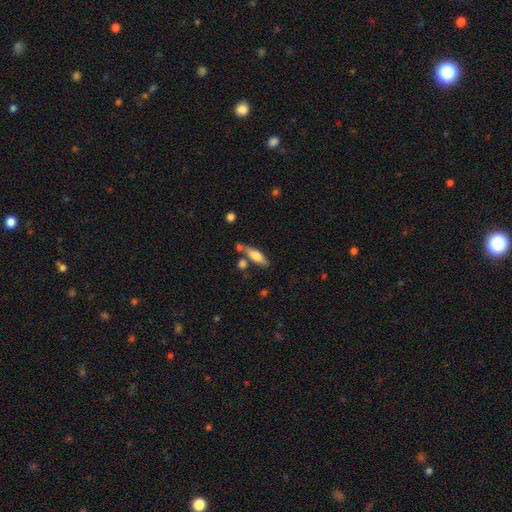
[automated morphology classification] Overall: smooth (62%; featured or disk 32%). How rounded: cigar-shaped (49%; in between 48%). Merging: none (61%).